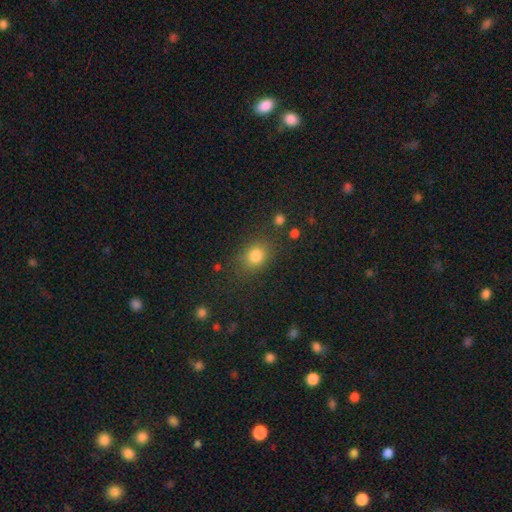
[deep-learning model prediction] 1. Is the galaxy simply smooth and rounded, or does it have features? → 81% smooth, 12% star or artifact, 7% featured or disk.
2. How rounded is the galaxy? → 52% round, 47% in between, 1% cigar-shaped.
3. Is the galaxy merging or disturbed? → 77% none, 14% minor disturbance, 6% major disturbance, 3% merger.